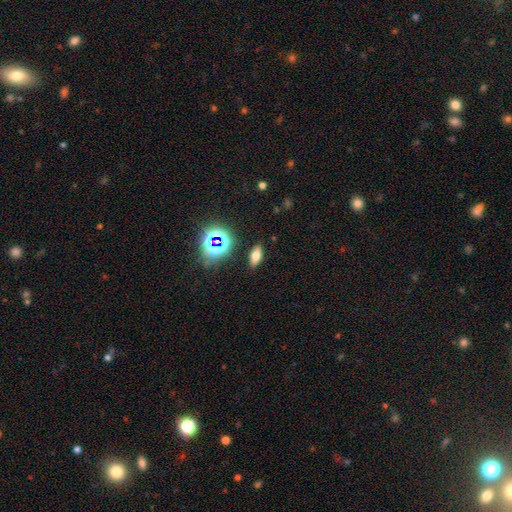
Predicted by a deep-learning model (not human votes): Q: Smooth or featured?
A: smooth (59%); runner-up: featured or disk (21%)
Q: How rounded?
A: in between (70%); runner-up: cigar-shaped (22%)
Q: Merging?
A: none (88%); runner-up: minor disturbance (8%)